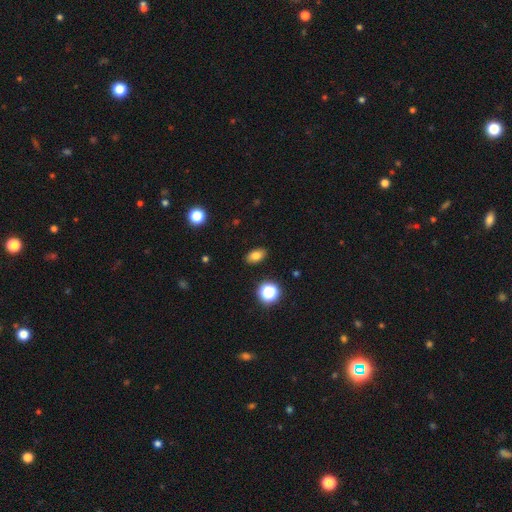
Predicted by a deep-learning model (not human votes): Smooth or featured: smooth — 80% (star or artifact — 13%)
How rounded: in between — 85% (round — 13%)
Merging: none — 88% (minor disturbance — 8%)